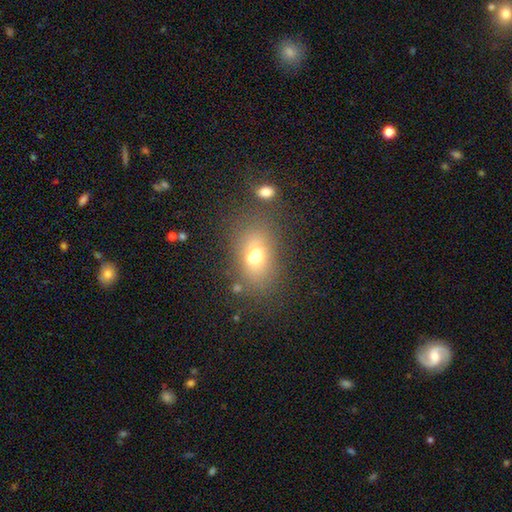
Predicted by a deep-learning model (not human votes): Smooth or featured?
  - smooth: 65% *
  - featured or disk: 21%
  - star or artifact: 15%
How rounded?
  - in between: 74% *
  - round: 23%
  - cigar-shaped: 3%
Merging?
  - none: 57% *
  - merger: 21%
  - minor disturbance: 15%
  - major disturbance: 8%